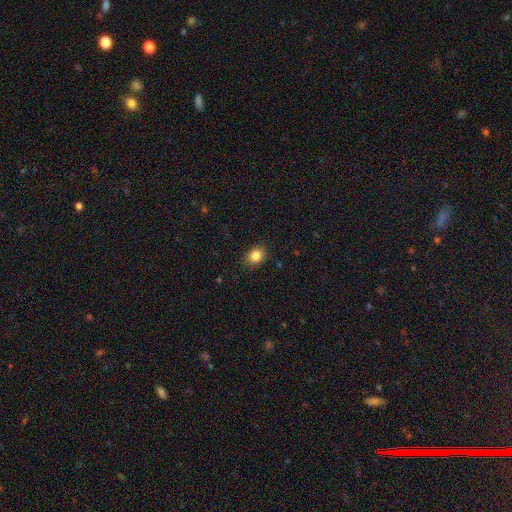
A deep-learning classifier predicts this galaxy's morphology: This appears to be a smooth galaxy with no disk features (85%) that is in between round and cigar-shaped (56%). Merging: none (87%).